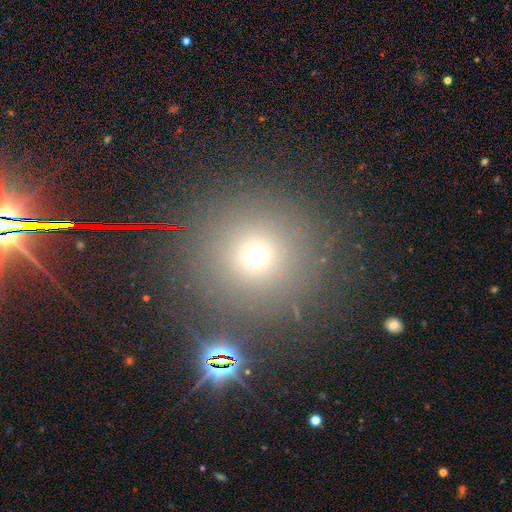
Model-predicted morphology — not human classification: Q: Smooth or featured?
A: smooth (61%); runner-up: star or artifact (30%)
Q: How rounded?
A: round (95%); runner-up: in between (4%)
Q: Merging?
A: none (87%); runner-up: minor disturbance (7%)